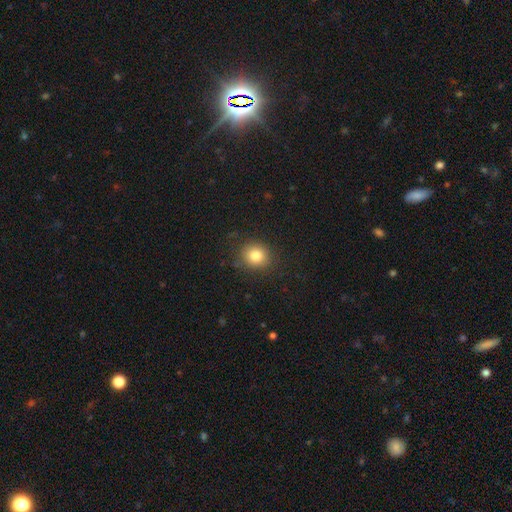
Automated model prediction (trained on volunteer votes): Morphology: type=smooth (82%); roundness=round (80%); merging=none (85%).